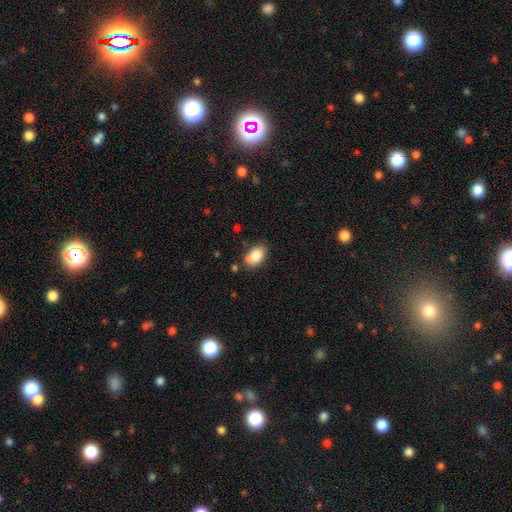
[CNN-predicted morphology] smooth 83%, featured or disk 10%, star or artifact 8%. Down the decision tree: how rounded — in between (87%); merging — none (69%).